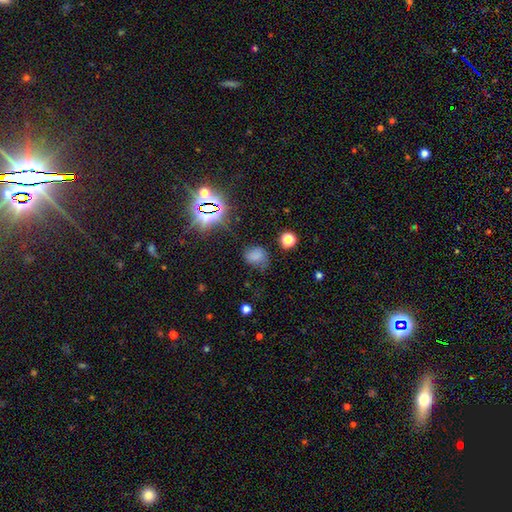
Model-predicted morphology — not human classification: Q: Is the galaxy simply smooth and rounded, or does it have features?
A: smooth — 68%.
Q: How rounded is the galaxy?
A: round — 55%.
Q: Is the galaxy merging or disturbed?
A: none — 60%.